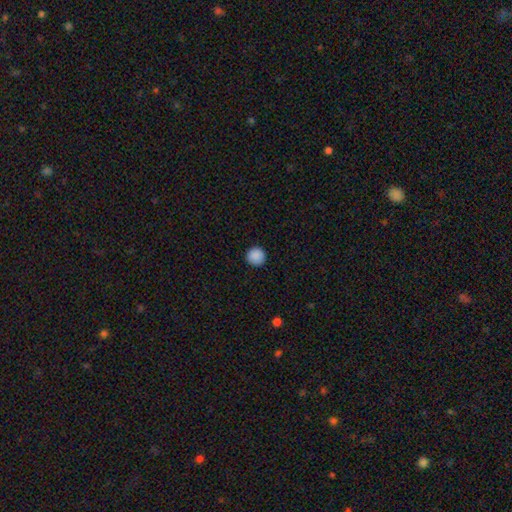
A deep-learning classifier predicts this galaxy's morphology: Smooth or featured: smooth — 89% (star or artifact — 8%)
How rounded: round — 96% (in between — 3%)
Merging: none — 92% (minor disturbance — 5%)